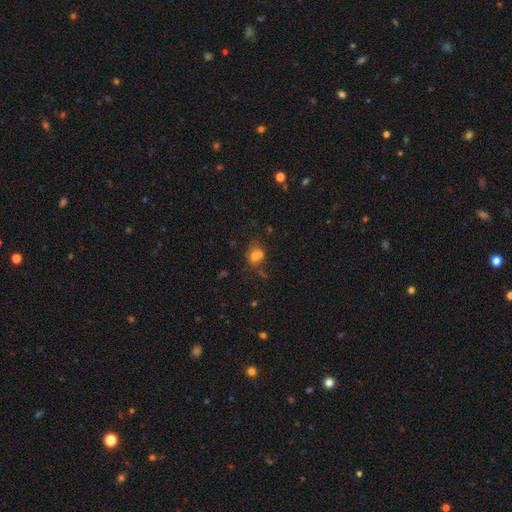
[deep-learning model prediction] smooth 65%, featured or disk 19%, star or artifact 16%. Down the decision tree: how rounded — round (63%); merging — merger (47%).